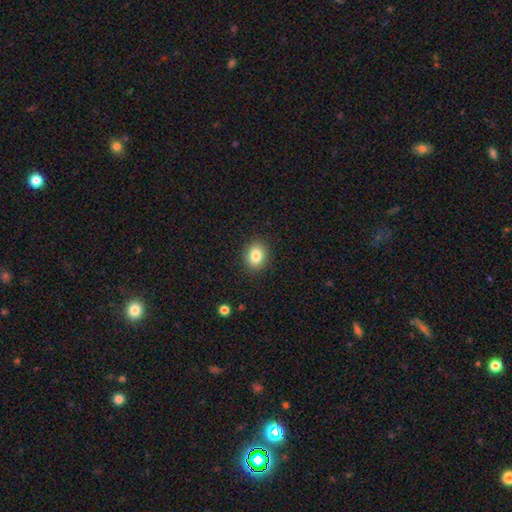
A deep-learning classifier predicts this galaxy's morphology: A smooth galaxy with no disk features (83%) that is round (61%).

Vote fractions:
- Smooth or featured? smooth: 83% / star or artifact: 10% / featured or disk: 7%
- How rounded? round: 61% / in between: 38% / cigar-shaped: 1%
- Merging? none: 90% / minor disturbance: 7% / major disturbance: 2% / merger: 1%